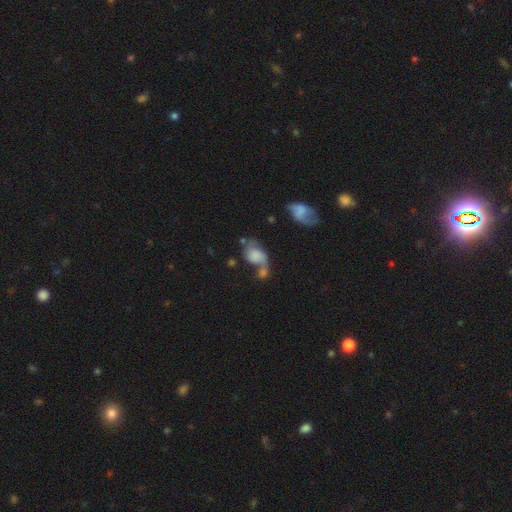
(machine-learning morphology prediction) Smooth or featured: smooth — 49% (featured or disk — 40%)
Merging: merger — 41% (none — 22%)